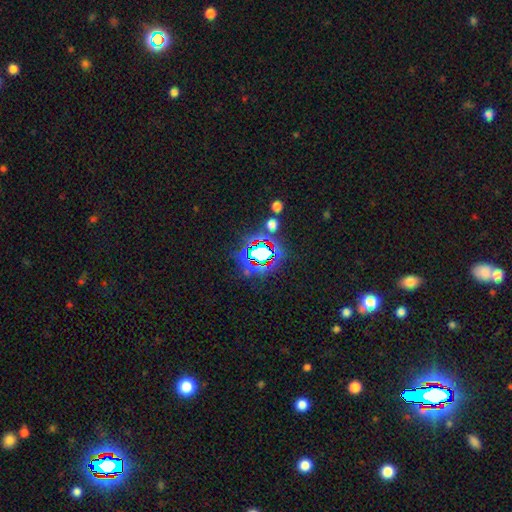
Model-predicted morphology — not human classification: Smooth or featured?
  - star or artifact: 81% *
  - smooth: 11%
  - featured or disk: 8%